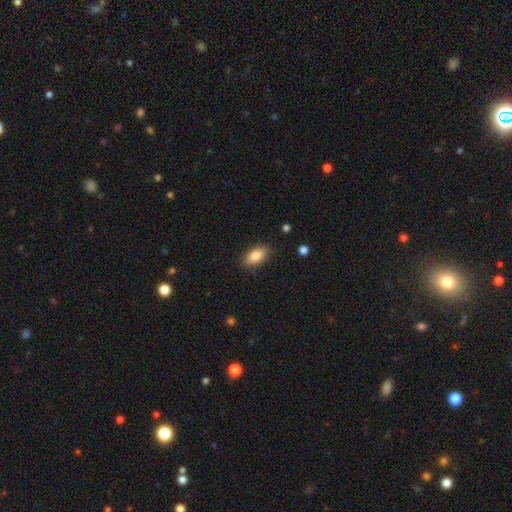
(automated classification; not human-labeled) The model was most divided on "merging": none: 85%, minor disturbance: 11%, major disturbance: 3%, merger: 1%. More confident: how rounded — in between (90%); smooth or featured — smooth (85%).